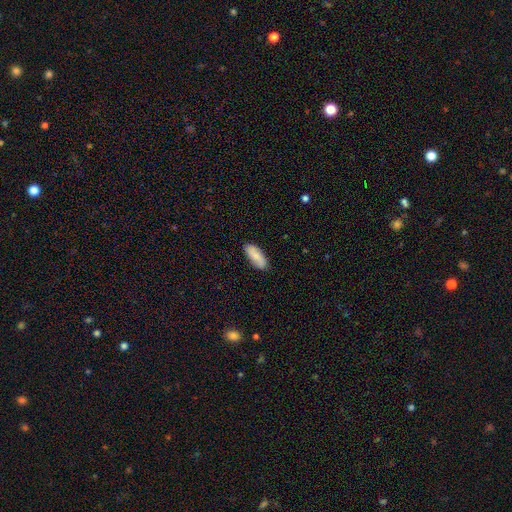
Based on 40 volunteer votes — Smooth or featured? 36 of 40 (90%) said smooth. How rounded? 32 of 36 (89%) said in between. Merging? 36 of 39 (92%) said none.